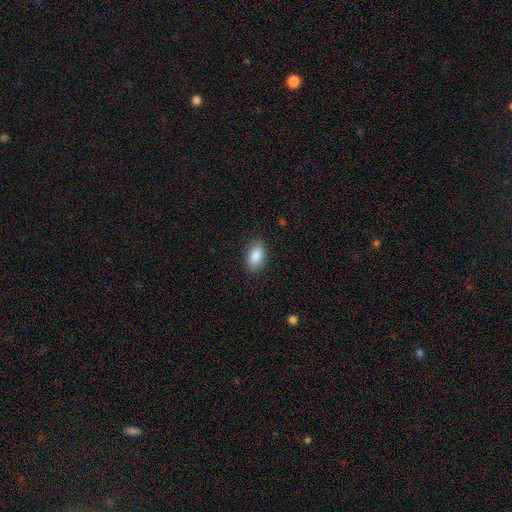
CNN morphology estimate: This appears to be a smooth galaxy with no disk features (89%) that is in between round and cigar-shaped (92%). Merging: none (87%).